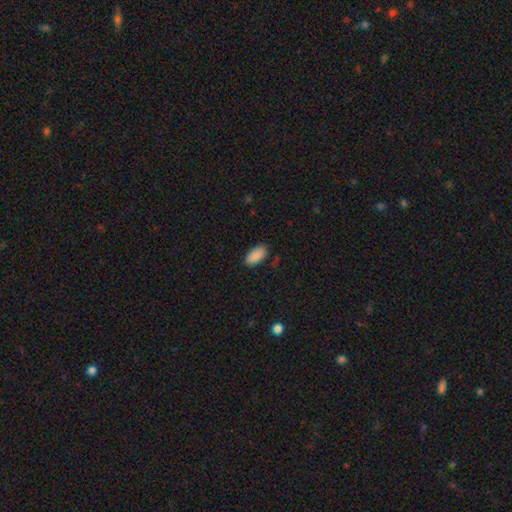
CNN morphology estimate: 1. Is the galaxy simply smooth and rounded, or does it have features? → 90% smooth, 6% star or artifact, 3% featured or disk.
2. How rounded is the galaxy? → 93% in between, 5% cigar-shaped, 2% round.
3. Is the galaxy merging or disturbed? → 86% none, 11% minor disturbance, 2% major disturbance, 1% merger.